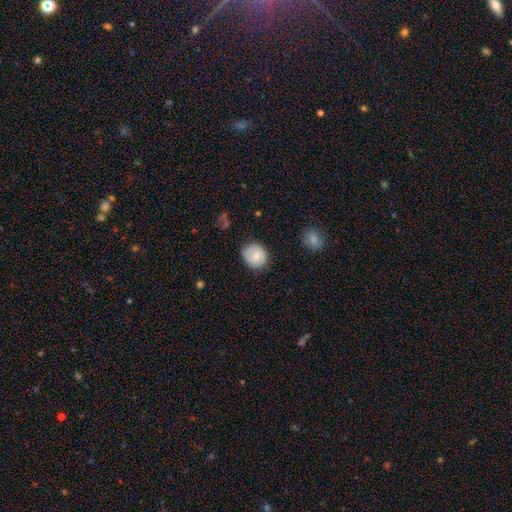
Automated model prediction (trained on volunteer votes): Smooth or featured?
  - smooth: 74% *
  - featured or disk: 19%
  - star or artifact: 7%
How rounded?
  - round: 74% *
  - in between: 25%
  - cigar-shaped: 1%
Merging?
  - none: 77% *
  - minor disturbance: 18%
  - major disturbance: 4%
  - merger: 1%